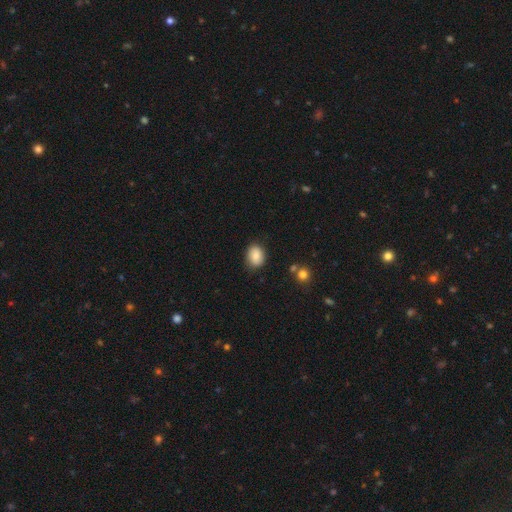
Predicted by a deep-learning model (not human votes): smooth_or_featured: smooth (p=0.83) [alt: featured or disk p=0.09]
how_rounded: in between (p=0.59) [alt: round p=0.40]
merging: none (p=0.81) [alt: minor disturbance p=0.14]